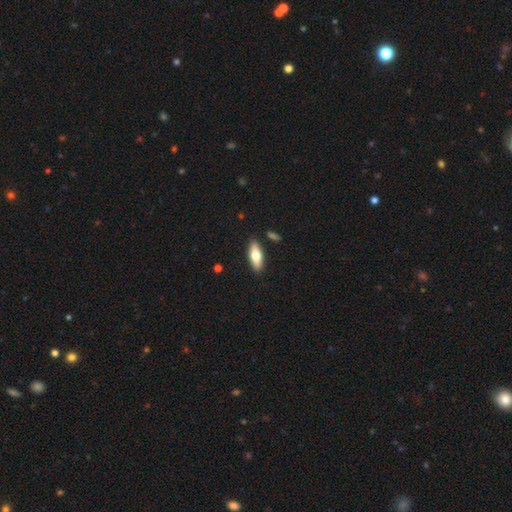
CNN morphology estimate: A smooth galaxy with no disk features (67%) that is in between round and cigar-shaped (68%).

Vote fractions:
- Smooth or featured? smooth: 67% / featured or disk: 27% / star or artifact: 6%
- How rounded? in between: 68% / cigar-shaped: 29% / round: 3%
- Merging? none: 88% / minor disturbance: 9% / merger: 2% / major disturbance: 2%